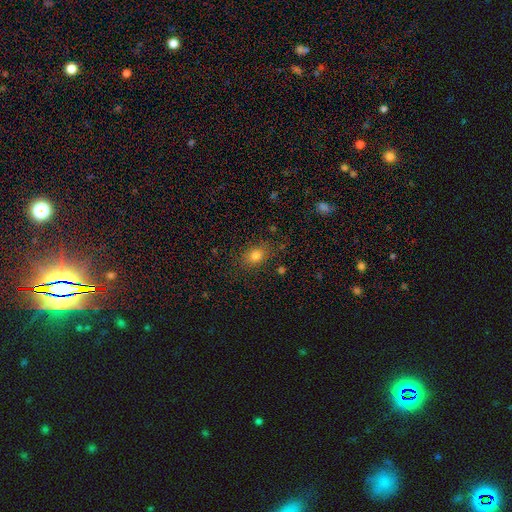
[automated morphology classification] A smooth galaxy with no disk features (80%) that is in between round and cigar-shaped (68%). Merging: none (81%).